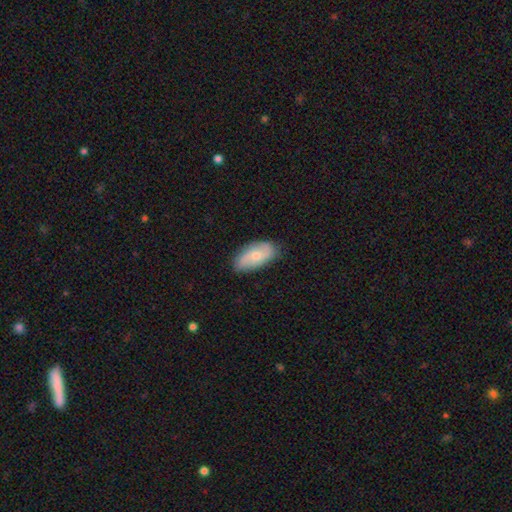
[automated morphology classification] A featured or disk galaxy (47%).

Vote fractions:
- Smooth or featured? featured or disk: 47% / smooth: 46% / star or artifact: 6%
- Merging? none: 81% / minor disturbance: 15% / major disturbance: 3% / merger: 1%